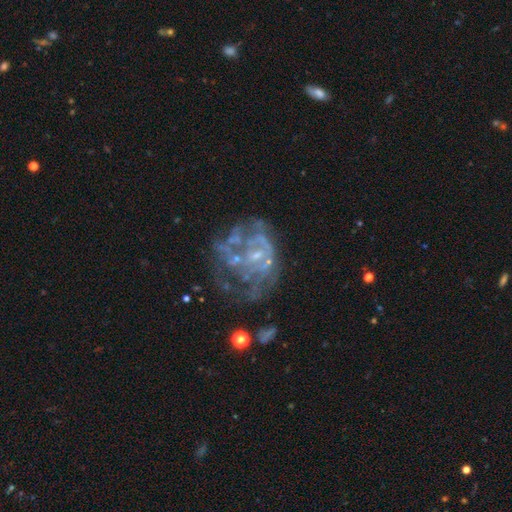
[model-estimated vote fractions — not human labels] Overall: featured or disk (77%). Edge-on disk: no (98%). Bar: no (70%). Spiral arms: no (59%; yes 41%). Bulge size: small (45%; none 36%). Merging: major disturbance (36%; none 35%).